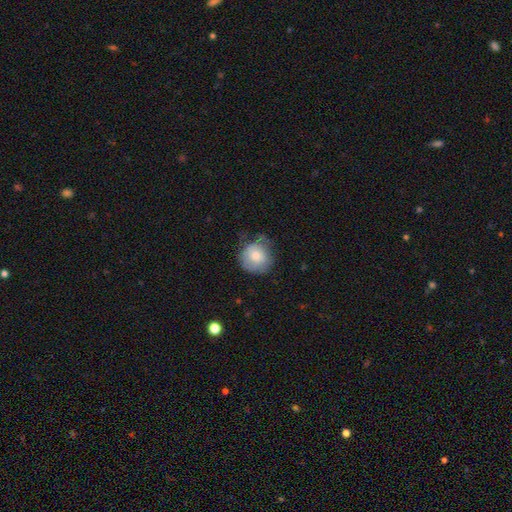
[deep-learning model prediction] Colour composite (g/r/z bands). It shows a smooth galaxy with no disk features (75%) that is round (87%). Merging: none (54%).